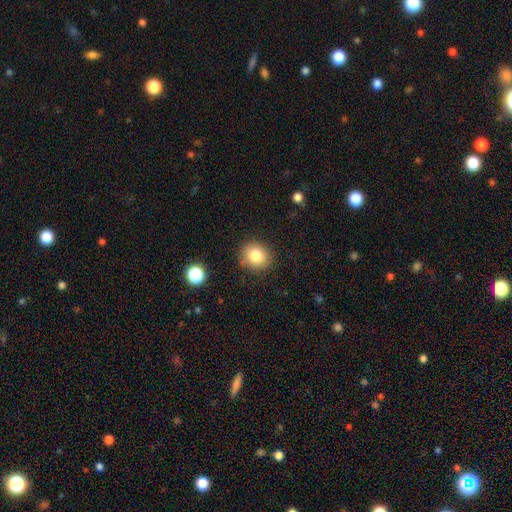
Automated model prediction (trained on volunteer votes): smooth-or-featured: smooth: 82% | star or artifact: 11% | featured or disk: 7%
  how-rounded: round: 78% | in between: 21% | cigar-shaped: 1%
  merging: none: 85% | minor disturbance: 10% | major disturbance: 3% | merger: 2%